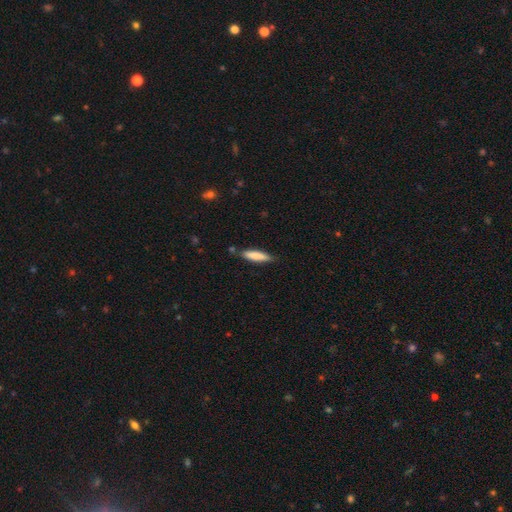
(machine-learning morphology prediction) smooth-or-featured: smooth: 80% | featured or disk: 14% | star or artifact: 6%
  how-rounded: cigar-shaped: 77% | in between: 22% | round: 1%
  merging: none: 79% | minor disturbance: 15% | merger: 3% | major disturbance: 3%